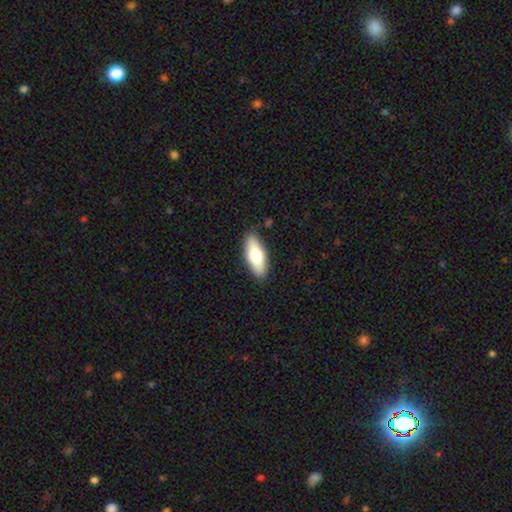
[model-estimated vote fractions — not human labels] smooth_or_featured: smooth (p=0.67) [alt: featured or disk p=0.27]
how_rounded: in between (p=0.73) [alt: cigar-shaped p=0.24]
merging: none (p=0.87) [alt: minor disturbance p=0.10]